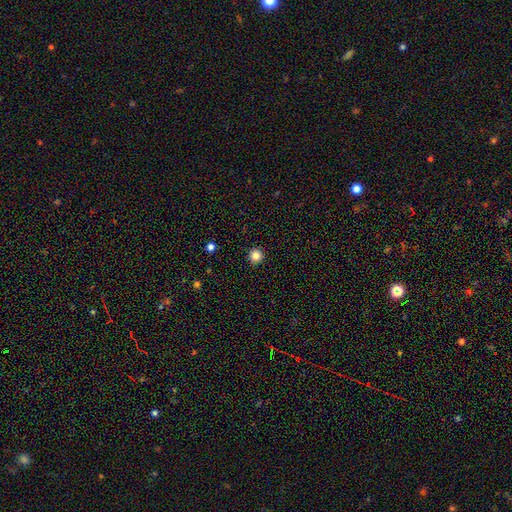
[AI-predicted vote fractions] A smooth galaxy with no disk features (84%) that is round (95%).

Vote fractions:
- Smooth or featured? smooth: 84% / star or artifact: 12% / featured or disk: 5%
- How rounded? round: 95% / in between: 4% / cigar-shaped: 1%
- Merging? none: 93% / minor disturbance: 5% / major disturbance: 1% / merger: 1%